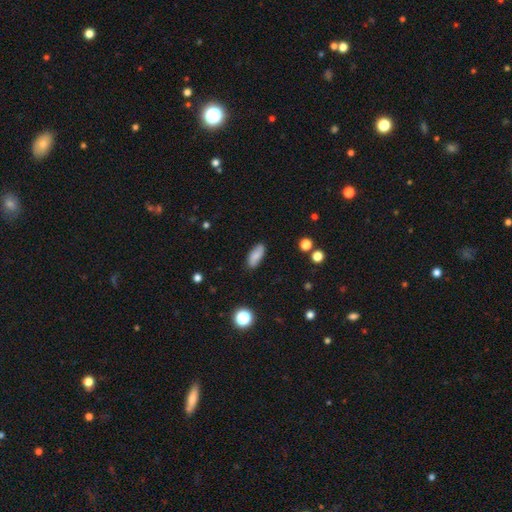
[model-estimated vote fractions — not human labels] A smooth galaxy with no disk features (80%) that is in between round and cigar-shaped (80%). Merging: none (85%).